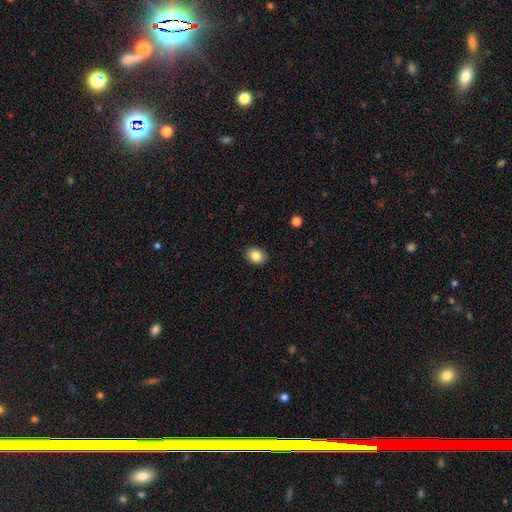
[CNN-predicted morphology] Smooth or featured? Predicted: smooth (p=0.84). How rounded? Predicted: in between (p=0.63). Merging? Predicted: none (p=0.89).